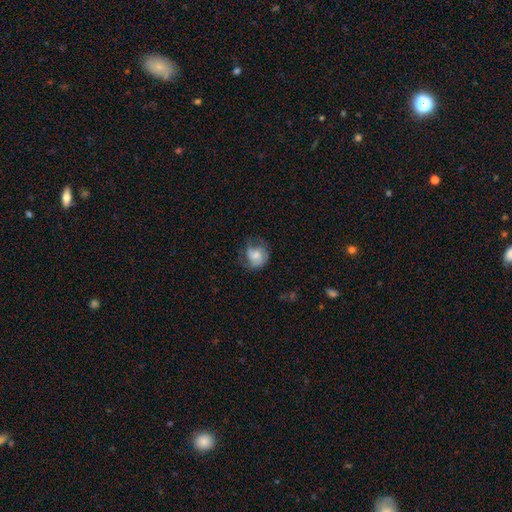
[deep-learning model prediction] Smooth or featured: smooth — 51% (featured or disk — 41%)
How rounded: round — 68% (in between — 30%)
Merging: none — 50% (minor disturbance — 27%)